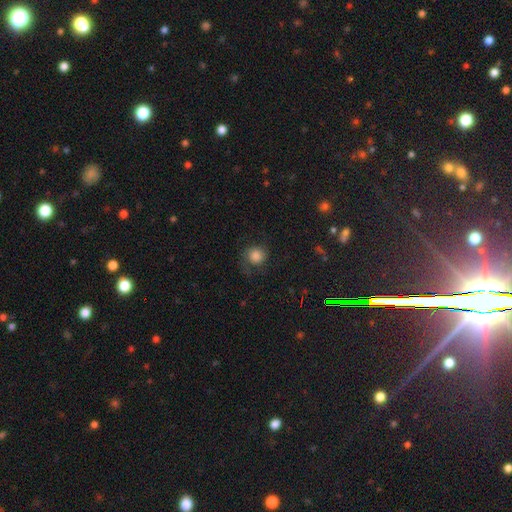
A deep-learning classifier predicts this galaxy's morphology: This appears to be a smooth galaxy with no disk features (72%) that is round (87%). Merging: none (65%).